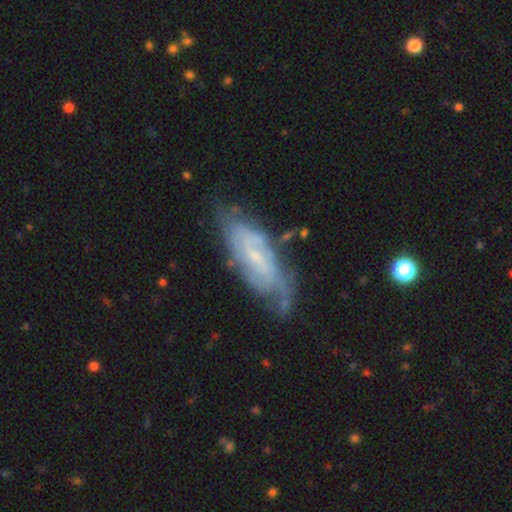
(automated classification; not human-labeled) Smooth or featured? Predicted: featured or disk (p=0.75). Edge-on disk? Predicted: no (p=0.85). Bar? Predicted: no (p=0.46). Spiral arms? Predicted: yes (p=0.87). Spiral winding? Predicted: tight (p=0.52). Spiral arm count? Predicted: can't tell (p=0.48). Bulge size? Predicted: small (p=0.70). Merging? Predicted: none (p=0.63).